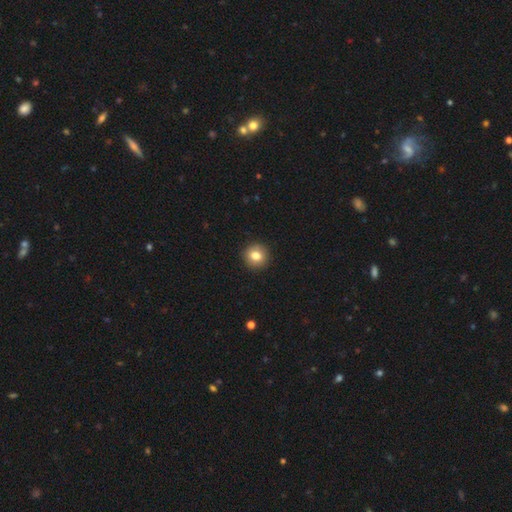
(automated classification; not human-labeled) Overall: smooth (81%). How rounded: round (93%). Merging: none (93%).